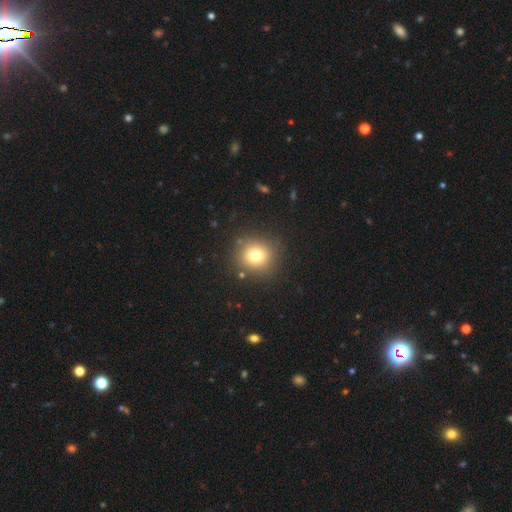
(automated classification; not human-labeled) The model was most divided on "smooth or featured": smooth: 76%, star or artifact: 14%, featured or disk: 10%. More confident: how rounded — round (88%); merging — none (86%).